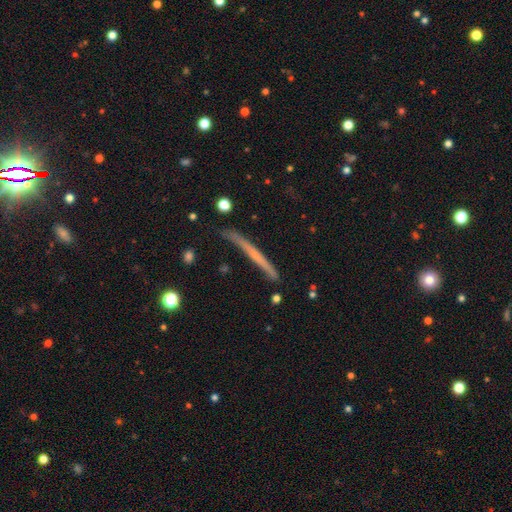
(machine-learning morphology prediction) The model was most divided on "smooth or featured": featured or disk: 48%, smooth: 44%, star or artifact: 7%. More confident: merging — none (79%).